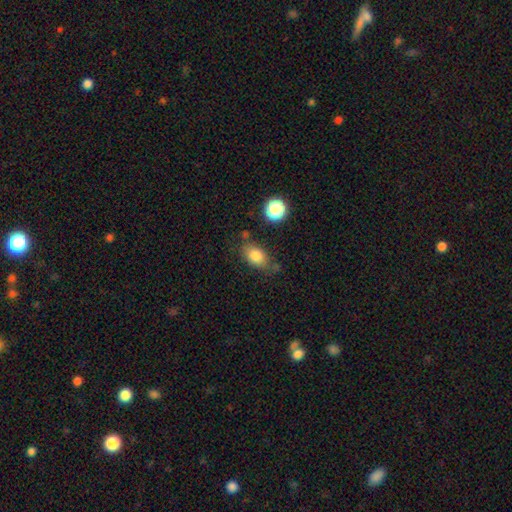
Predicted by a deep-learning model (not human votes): Morphology: type=smooth (81%); roundness=in between (81%); merging=none (67%).